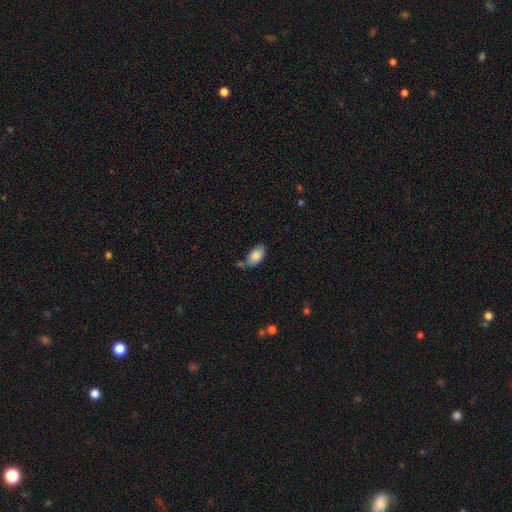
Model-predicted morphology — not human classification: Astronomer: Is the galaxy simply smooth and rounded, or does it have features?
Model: smooth — 86%.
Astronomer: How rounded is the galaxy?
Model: in between — 93%.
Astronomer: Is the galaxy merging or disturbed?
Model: none — 61%.